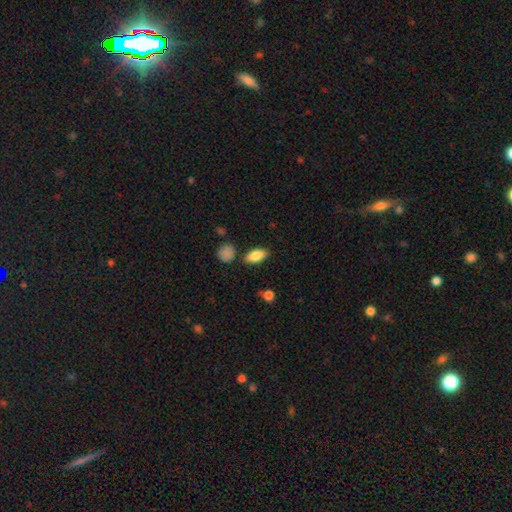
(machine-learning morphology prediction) This appears to be a smooth galaxy with no disk features (83%) that is in between round and cigar-shaped (87%). Merging: none (82%).